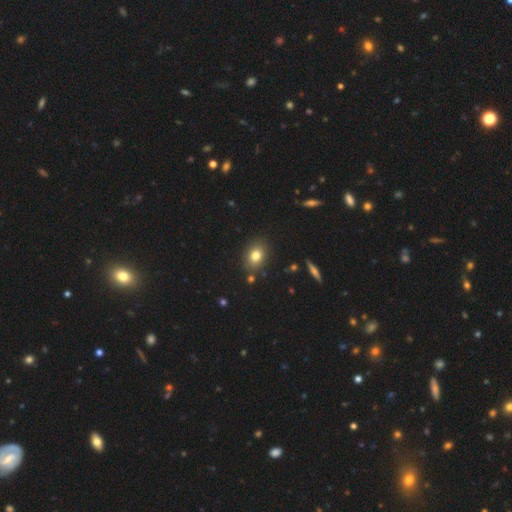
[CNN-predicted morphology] smooth_or_featured: smooth (p=0.78) [alt: star or artifact p=0.12]
how_rounded: in between (p=0.62) [alt: round p=0.37]
merging: none (p=0.85) [alt: minor disturbance p=0.09]